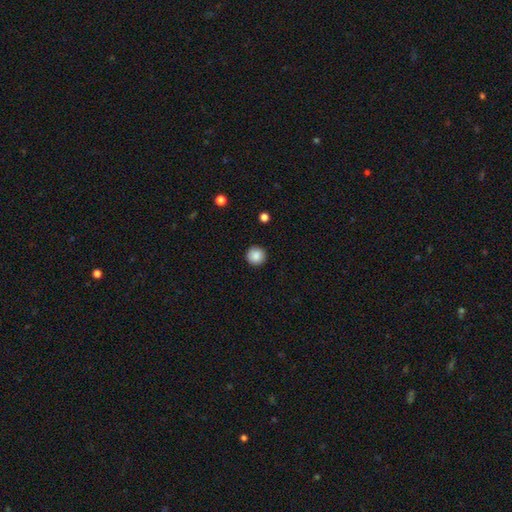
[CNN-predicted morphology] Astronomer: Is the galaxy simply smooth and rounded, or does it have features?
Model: smooth — 88%.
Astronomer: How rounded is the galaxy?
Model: round — 96%.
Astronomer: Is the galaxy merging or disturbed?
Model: none — 92%.